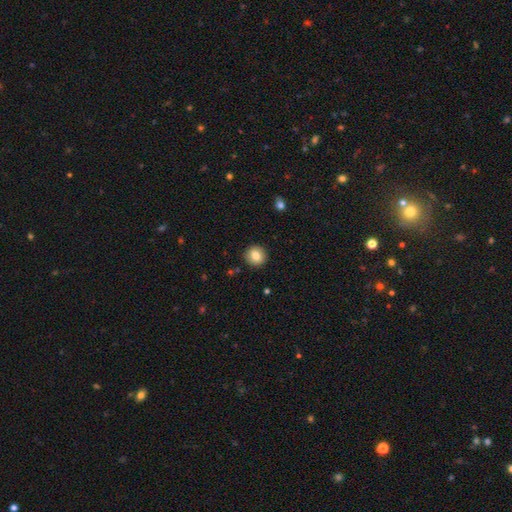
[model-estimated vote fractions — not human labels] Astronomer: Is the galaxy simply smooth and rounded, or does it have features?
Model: smooth — 81%.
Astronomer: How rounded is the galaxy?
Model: round — 92%.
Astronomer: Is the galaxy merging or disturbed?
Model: none — 91%.